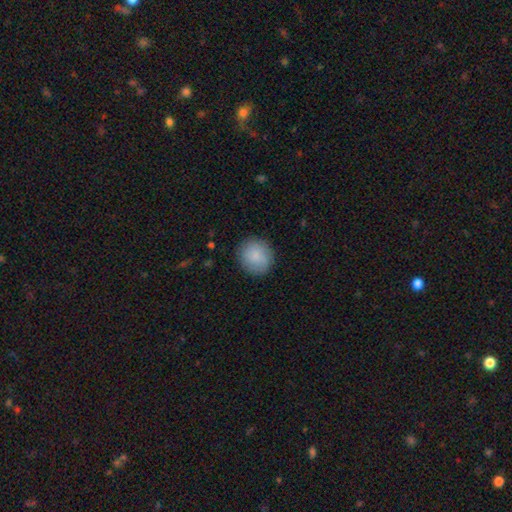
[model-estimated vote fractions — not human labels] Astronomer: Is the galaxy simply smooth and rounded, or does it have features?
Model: smooth — 87%.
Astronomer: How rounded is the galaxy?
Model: round — 89%.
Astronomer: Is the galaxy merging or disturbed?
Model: none — 88%.